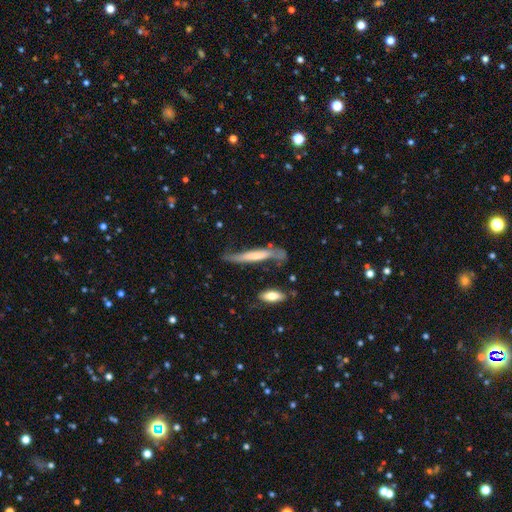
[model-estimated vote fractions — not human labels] Smooth or featured? Predicted: featured or disk (p=0.49). Merging? Predicted: none (p=0.50).